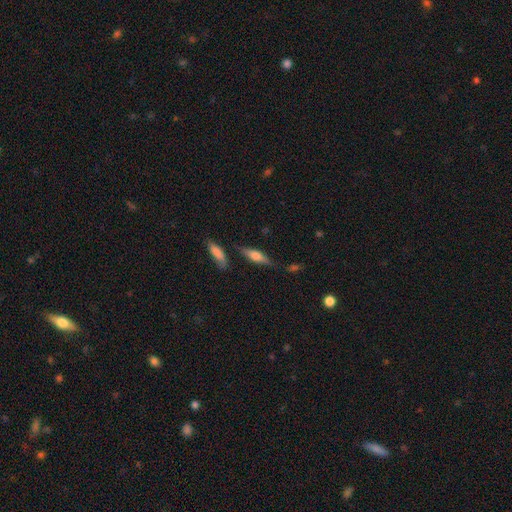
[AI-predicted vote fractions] Overall: smooth (50%; featured or disk 43%). How rounded: cigar-shaped (57%; in between 41%). Merging: none (72%).